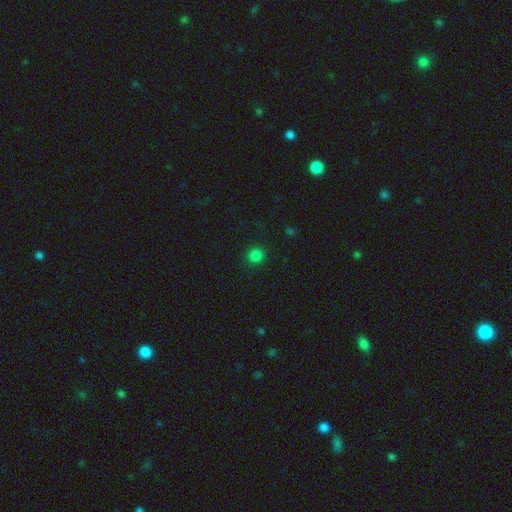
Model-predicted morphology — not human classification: Smooth or featured?
  - smooth: 83% *
  - star or artifact: 14%
  - featured or disk: 3%
How rounded?
  - round: 93% *
  - in between: 6%
  - cigar-shaped: 1%
Merging?
  - none: 91% *
  - minor disturbance: 6%
  - major disturbance: 2%
  - merger: 1%